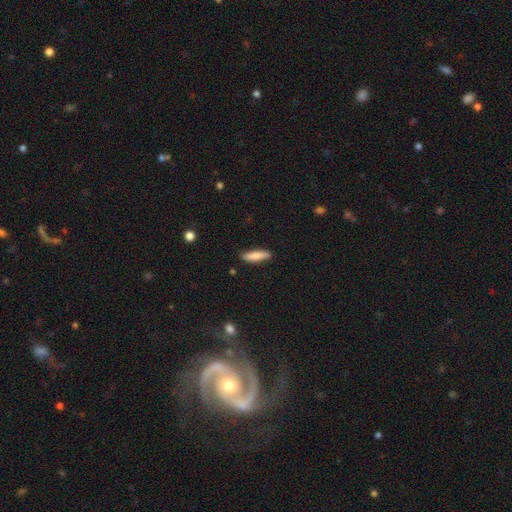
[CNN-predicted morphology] The model was most divided on "how rounded": cigar-shaped: 73%, in between: 26%, round: 2%. More confident: merging — none (86%); smooth or featured — smooth (82%).